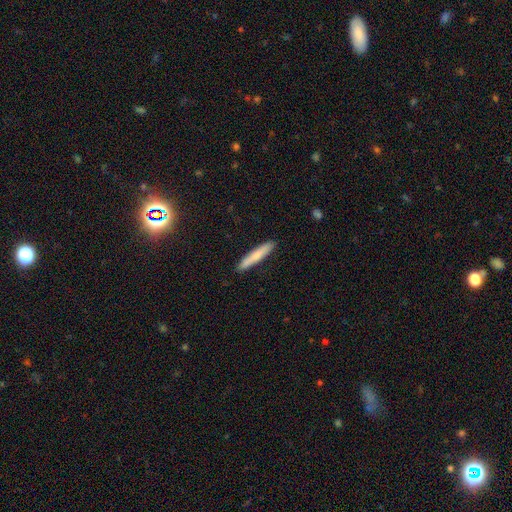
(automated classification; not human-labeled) smooth-or-featured: smooth: 75% | featured or disk: 19% | star or artifact: 6%
  how-rounded: cigar-shaped: 93% | in between: 6% | round: 1%
  merging: none: 90% | minor disturbance: 8% | major disturbance: 1% | merger: 1%